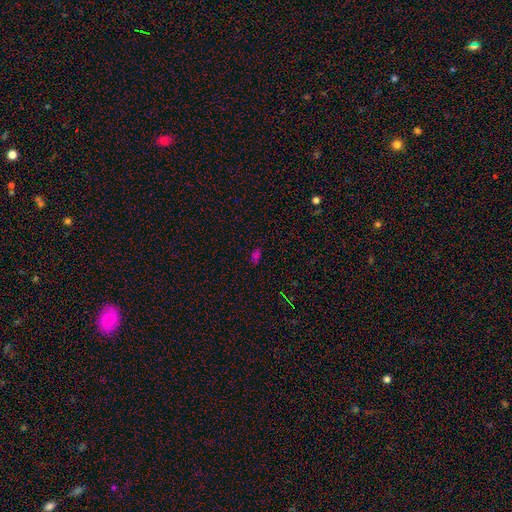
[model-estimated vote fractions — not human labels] This appears to be a smooth galaxy with no disk features (59%) that is in between round and cigar-shaped (87%). Merging: none (74%).